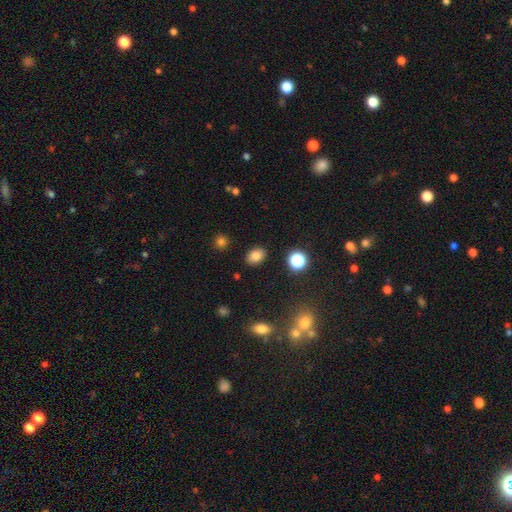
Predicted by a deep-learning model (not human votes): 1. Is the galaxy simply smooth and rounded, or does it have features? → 82% smooth, 12% star or artifact, 6% featured or disk.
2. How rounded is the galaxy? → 72% in between, 27% round, 1% cigar-shaped.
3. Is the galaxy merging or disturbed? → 86% none, 9% minor disturbance, 3% major disturbance, 2% merger.